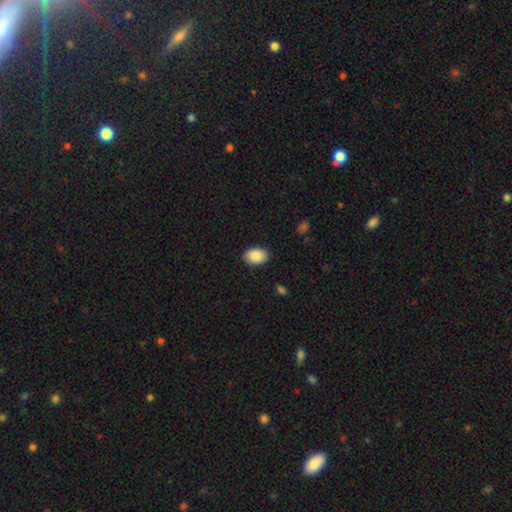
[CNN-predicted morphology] Smooth or featured? Predicted: smooth (p=0.91). How rounded? Predicted: in between (p=0.85). Merging? Predicted: none (p=0.87).